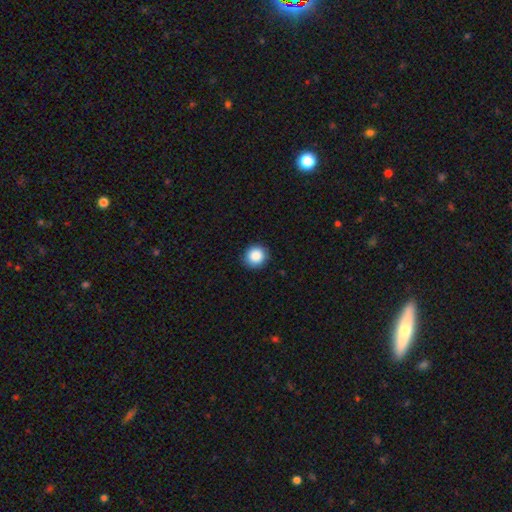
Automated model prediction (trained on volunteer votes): This appears to be a smooth galaxy with no disk features (88%) that is round (94%). Merging: none (90%).